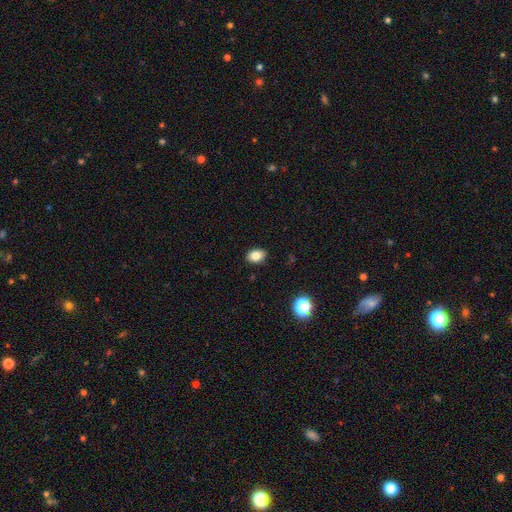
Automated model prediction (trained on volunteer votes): This appears to be a smooth galaxy with no disk features (83%) that is in between round and cigar-shaped (76%). Merging: none (89%).